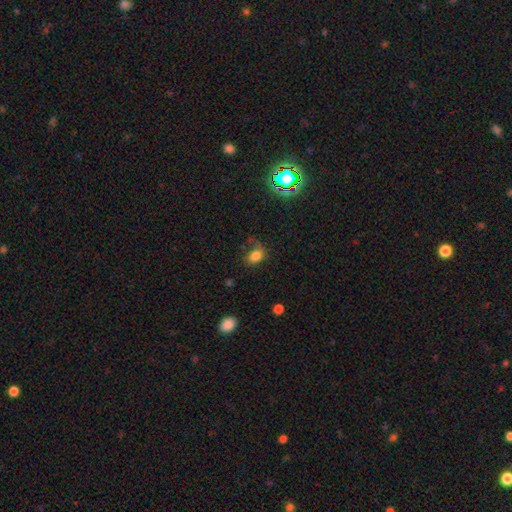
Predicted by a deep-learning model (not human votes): Smooth or featured?
  - smooth: 77% *
  - star or artifact: 12%
  - featured or disk: 11%
How rounded?
  - in between: 68% *
  - round: 31%
  - cigar-shaped: 1%
Merging?
  - none: 47% *
  - minor disturbance: 27%
  - major disturbance: 22%
  - merger: 4%